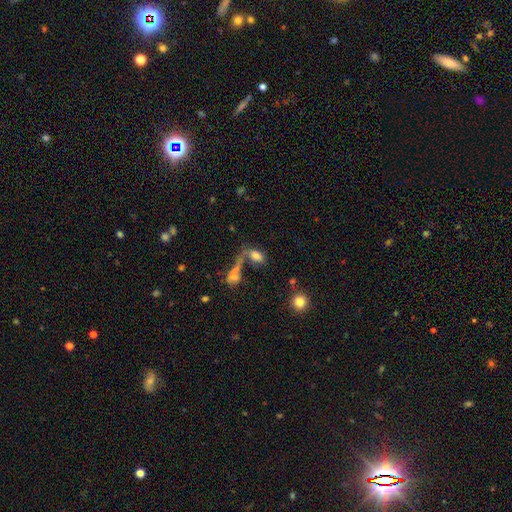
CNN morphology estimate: A smooth galaxy with no disk features (73%) that is in between round and cigar-shaped (81%). Merging: merger (41%).